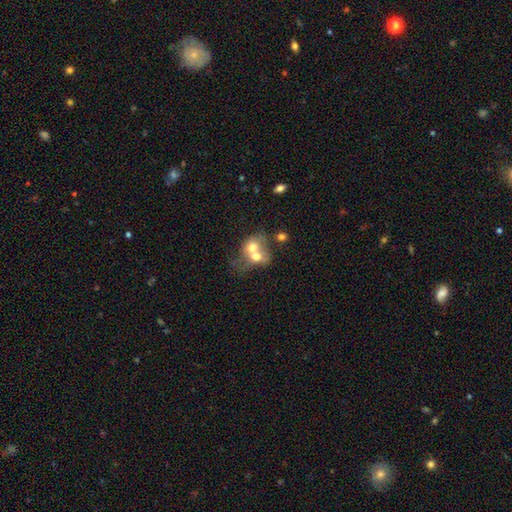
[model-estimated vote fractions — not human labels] A smooth galaxy with no disk features (62%) that is round (53%).

Vote fractions:
- Smooth or featured? smooth: 62% / featured or disk: 29% / star or artifact: 9%
- How rounded? round: 53% / in between: 46% / cigar-shaped: 1%
- Merging? merger: 73% / none: 15% / minor disturbance: 6% / major disturbance: 5%